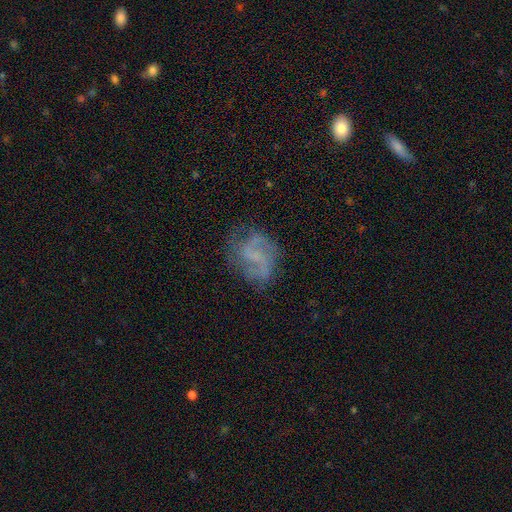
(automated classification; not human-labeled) Overall: featured or disk (74%). Edge-on disk: no (98%). Bar: weak (44%; no 40%). Spiral arms: yes (88%). Spiral arm count: 2 (69%). Spiral winding: loose (44%; medium 41%). Bulge size: none (59%; small 28%). Merging: none (66%).